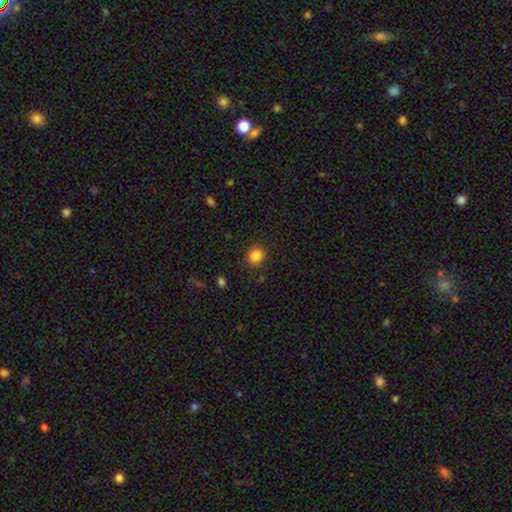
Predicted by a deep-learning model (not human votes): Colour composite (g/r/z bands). It shows a smooth galaxy with no disk features (85%) that is round (87%). Merging: none (89%).